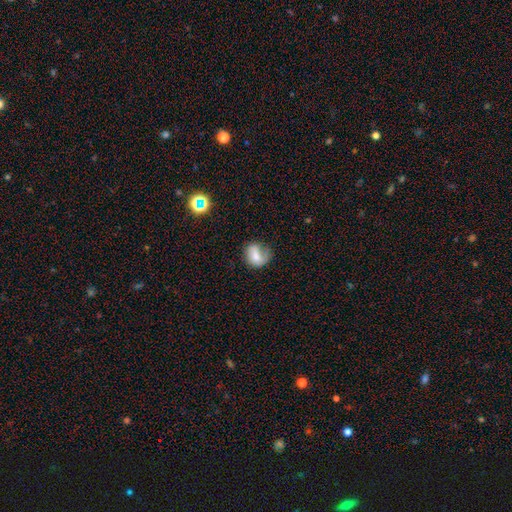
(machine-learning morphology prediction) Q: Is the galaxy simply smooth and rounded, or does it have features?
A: smooth — 61%.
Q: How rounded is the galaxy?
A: round — 56%.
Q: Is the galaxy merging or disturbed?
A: none — 45%.